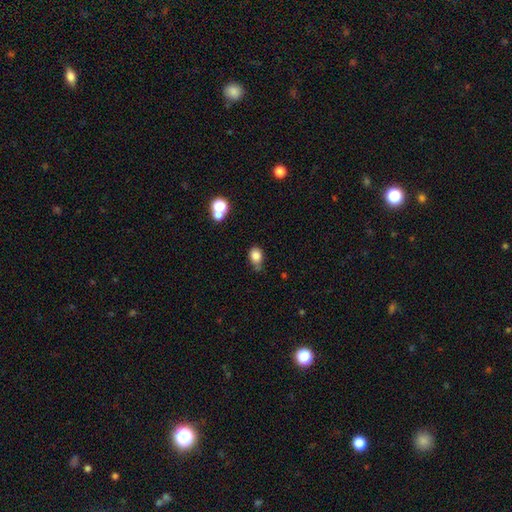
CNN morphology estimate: Overall: smooth (82%). How rounded: in between (59%; round 40%). Merging: none (50%; minor disturbance 34%).